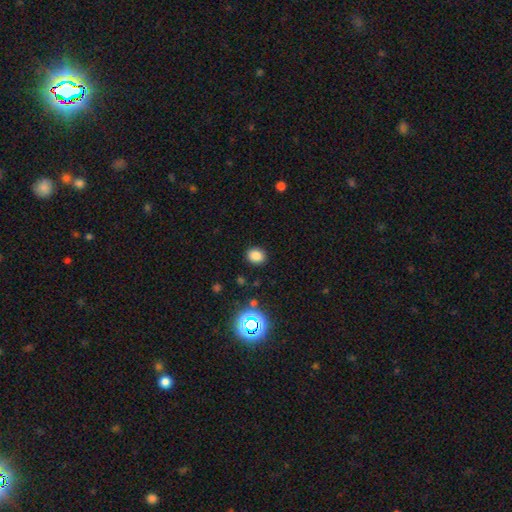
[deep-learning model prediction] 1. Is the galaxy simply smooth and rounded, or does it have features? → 81% smooth, 14% star or artifact, 5% featured or disk.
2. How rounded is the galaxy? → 57% round, 42% in between, 1% cigar-shaped.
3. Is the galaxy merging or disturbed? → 89% none, 7% minor disturbance, 3% major disturbance, 1% merger.